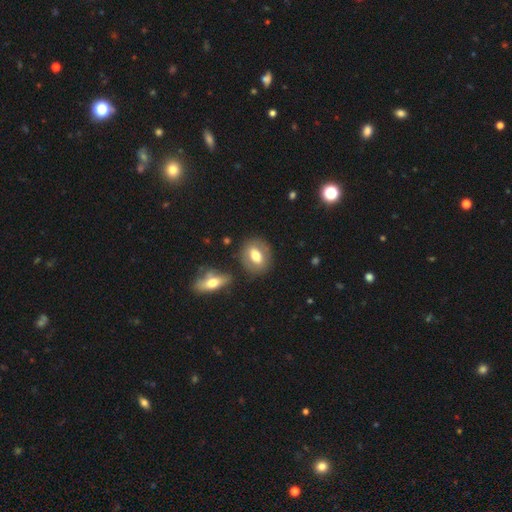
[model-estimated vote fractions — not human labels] Smooth or featured: smooth — 65% (featured or disk — 28%)
How rounded: in between — 66% (round — 32%)
Merging: none — 80% (minor disturbance — 11%)